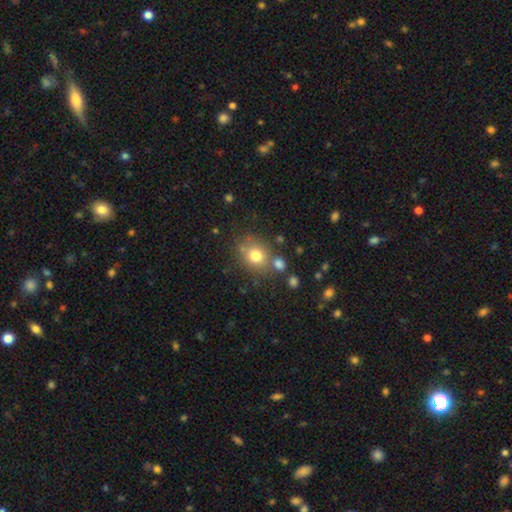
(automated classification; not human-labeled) This is likely a smooth galaxy (75%). How rounded: likely round (72%). Merging: likely none (70%).